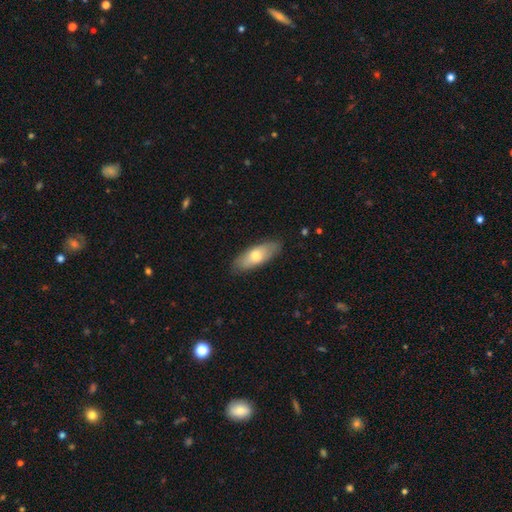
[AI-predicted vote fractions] Smooth or featured? smooth (67%)
How rounded? in between (71%)
Merging? none (84%)